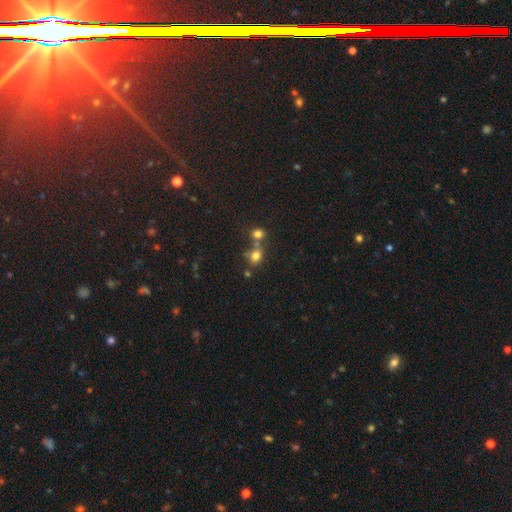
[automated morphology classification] Smooth or featured?
  - smooth: 75% *
  - star or artifact: 16%
  - featured or disk: 10%
How rounded?
  - round: 61% *
  - in between: 38%
  - cigar-shaped: 1%
Merging?
  - none: 47% *
  - merger: 38%
  - minor disturbance: 11%
  - major disturbance: 5%